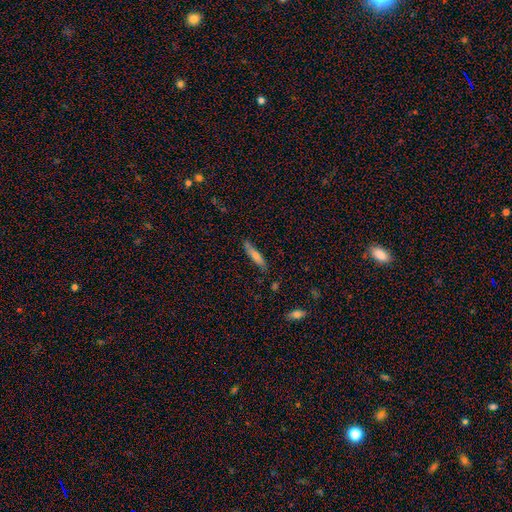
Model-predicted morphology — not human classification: Smooth or featured?
  - smooth: 64% *
  - featured or disk: 29%
  - star or artifact: 7%
How rounded?
  - cigar-shaped: 85% *
  - in between: 14%
  - round: 2%
Merging?
  - none: 80% *
  - minor disturbance: 15%
  - major disturbance: 3%
  - merger: 2%